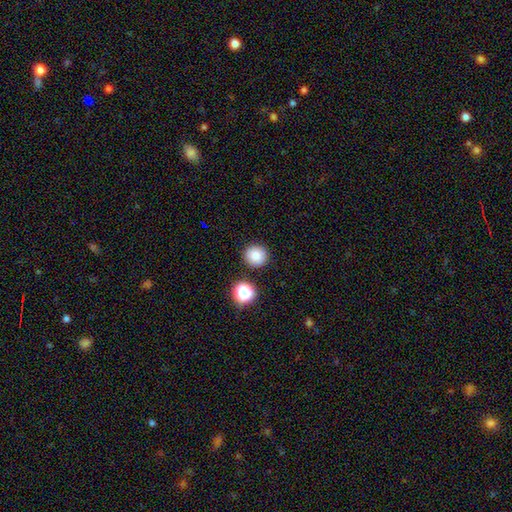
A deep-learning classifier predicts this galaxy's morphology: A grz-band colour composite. It shows a smooth galaxy with no disk features (82%) that is round (94%). Merging: none (89%).